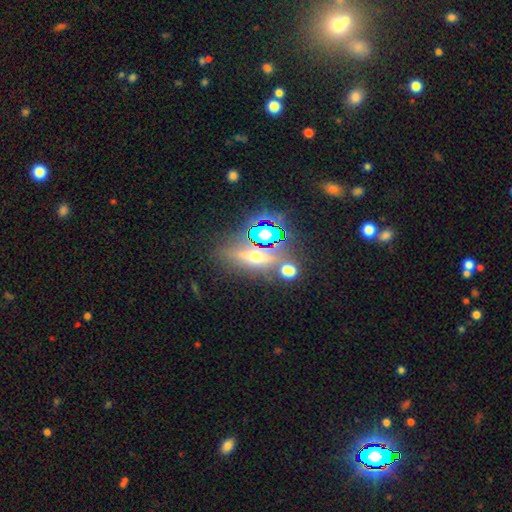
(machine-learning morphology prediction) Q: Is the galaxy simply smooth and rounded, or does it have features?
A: star or artifact — 40%.